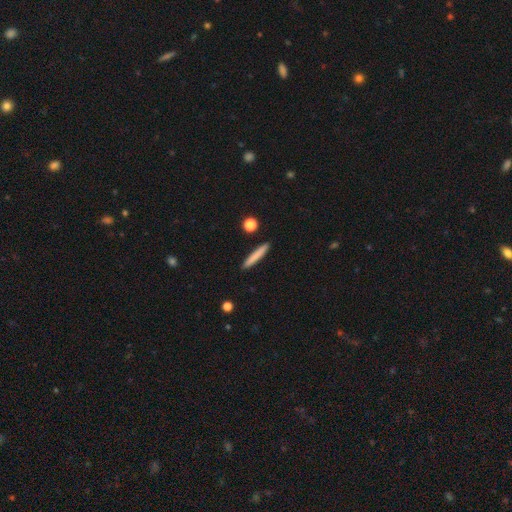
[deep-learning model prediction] smooth_or_featured: smooth (p=0.79) [alt: featured or disk p=0.15]
how_rounded: cigar-shaped (p=0.95) [alt: in between p=0.04]
merging: none (p=0.91) [alt: minor disturbance p=0.06]